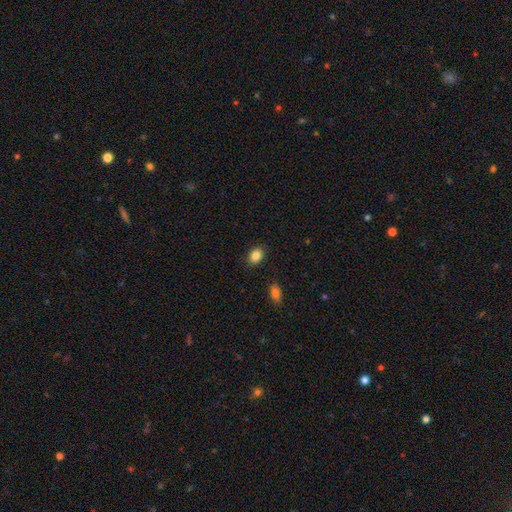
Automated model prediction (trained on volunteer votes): smooth_or_featured: smooth (p=0.86) [alt: star or artifact p=0.09]
how_rounded: in between (p=0.71) [alt: round p=0.28]
merging: none (p=0.87) [alt: minor disturbance p=0.09]